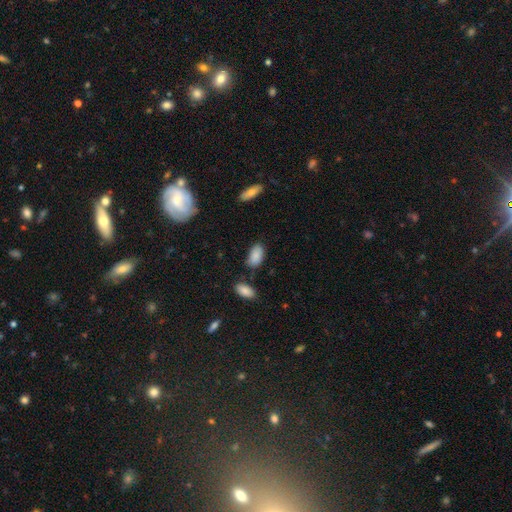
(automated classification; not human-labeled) This is clearly a smooth galaxy (87%). How rounded: clearly in between (94%). Merging: likely none (71%).